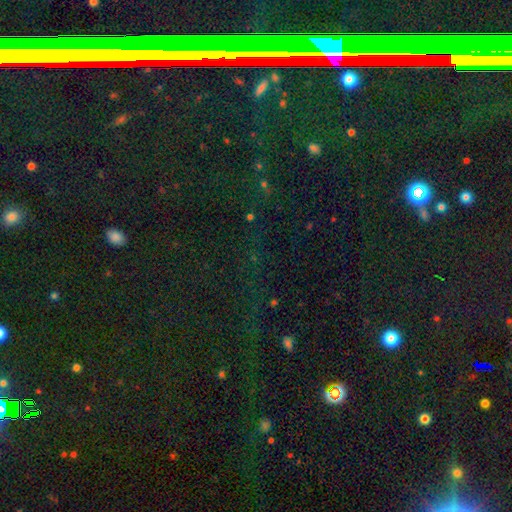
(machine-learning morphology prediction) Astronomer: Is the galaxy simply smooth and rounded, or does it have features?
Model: star or artifact — 79%.